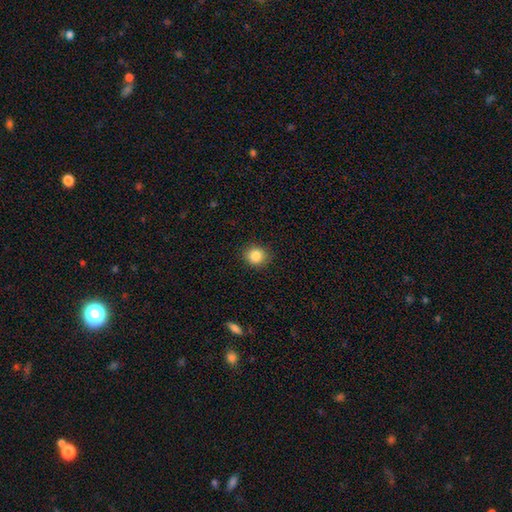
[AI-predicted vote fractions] smooth_or_featured: smooth (p=0.86) [alt: star or artifact p=0.10]
how_rounded: round (p=0.81) [alt: in between p=0.18]
merging: none (p=0.88) [alt: minor disturbance p=0.09]